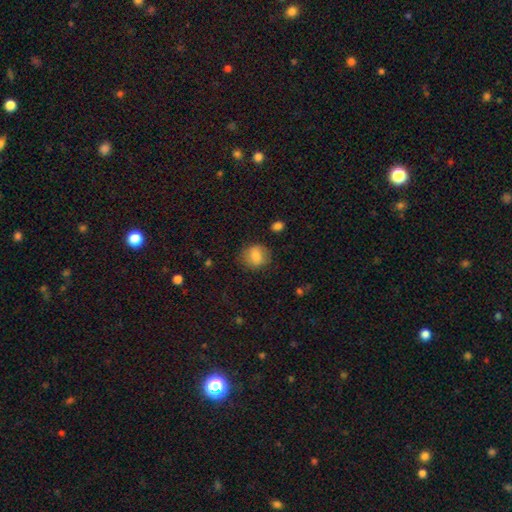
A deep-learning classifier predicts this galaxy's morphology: type=smooth (81%); roundness=round (69%); merging=none (79%).